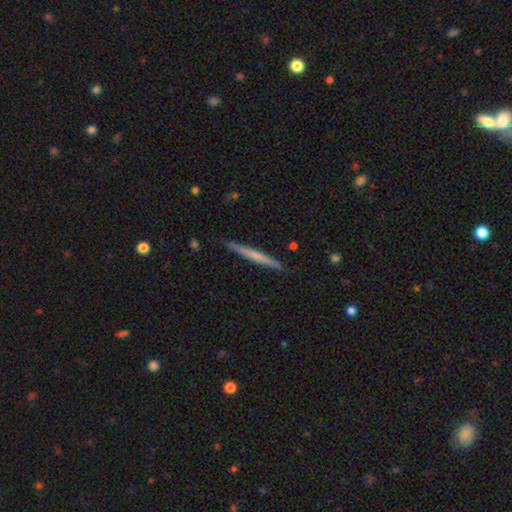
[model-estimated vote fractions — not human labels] Smooth or featured? smooth (53%)
How rounded? cigar-shaped (97%)
Merging? none (90%)